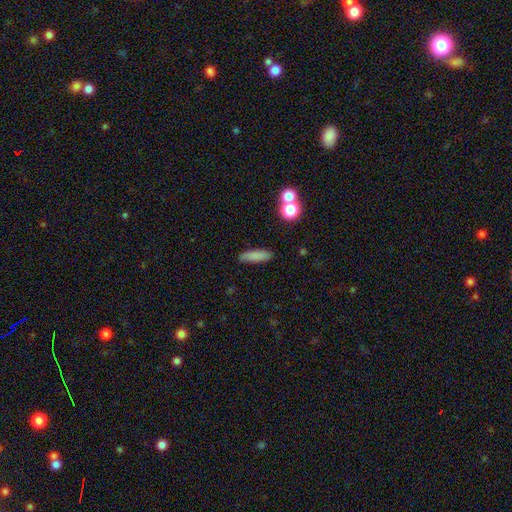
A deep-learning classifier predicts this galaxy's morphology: This is clearly a smooth galaxy (80%). How rounded: possibly cigar-shaped (59%). Merging: clearly none (83%).